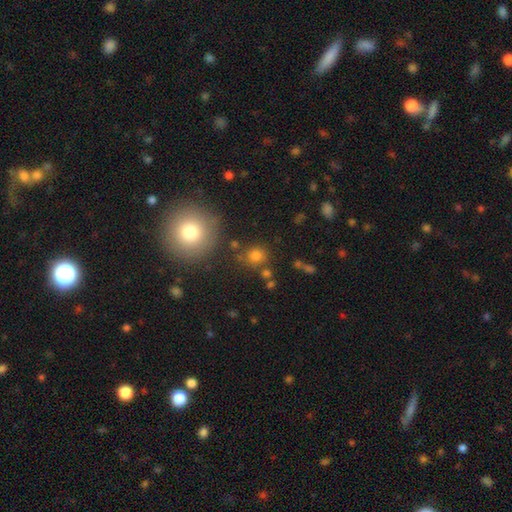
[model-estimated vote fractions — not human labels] smooth-or-featured: smooth: 73% | star or artifact: 20% | featured or disk: 7%
  how-rounded: round: 87% | in between: 12% | cigar-shaped: 1%
  merging: none: 80% | minor disturbance: 9% | merger: 7% | major disturbance: 4%